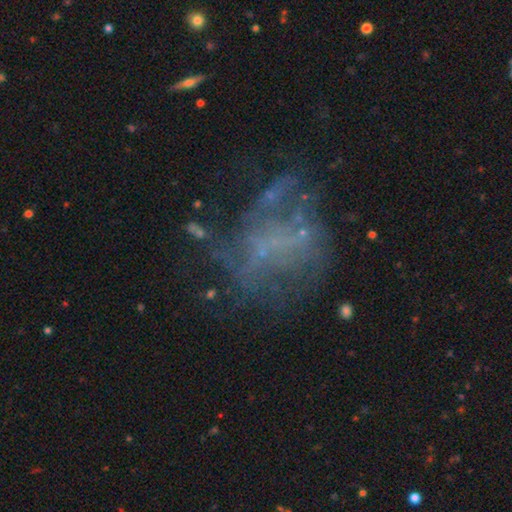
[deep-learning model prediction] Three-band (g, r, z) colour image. It shows a featured or disk galaxy (55%) with no bar (84%), no spiral arms (82%) and no central bulge (71%). Merging: none (44%).